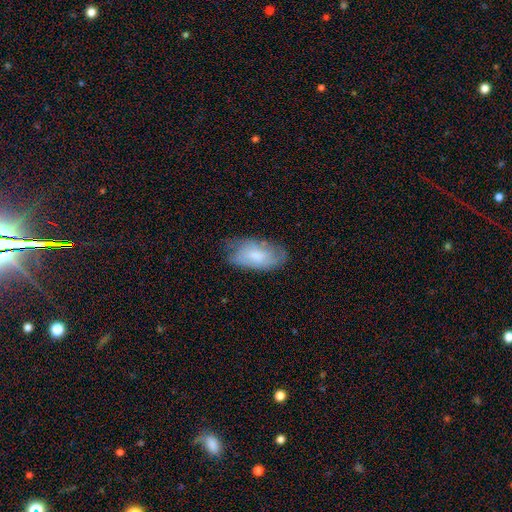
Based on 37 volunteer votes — Smooth or featured?
  - featured or disk: 49% *
  - smooth: 46%
  - star or artifact: 5%
Edge-on disk?
  - no: 89% *
  - yes: 11%
Bar?
  - no: 56% *
  - weak: 44%
  - strong: 0%
Spiral arms?
  - yes: 88% *
  - no: 12%
Spiral winding?
  - tight: 50% *
  - medium: 43%
  - loose: 7%
Spiral arm count?
  - can't tell: 43% *
  - 1: 21%
  - 2: 21%
  - 3: 7%
  - 4: 7%
  - more than 4: 0%
Bulge size?
  - small: 56% *
  - moderate: 38%
  - none: 6%
  - dominant: 0%
  - large: 0%
Merging?
  - none: 57% *
  - minor disturbance: 26%
  - major disturbance: 17%
  - merger: 0%